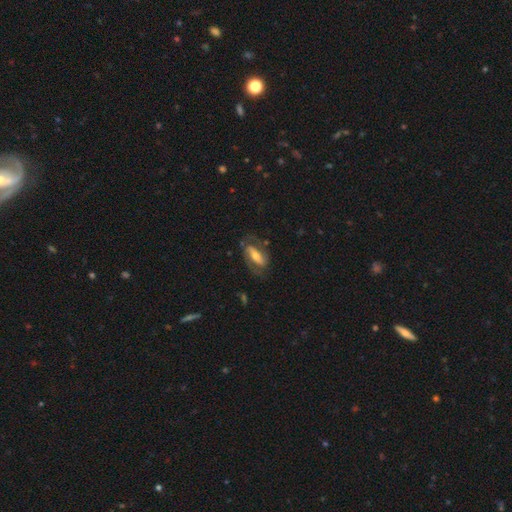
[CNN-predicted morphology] A featured or disk galaxy (71%) with a strong bar (48%), 2 (84%) medium (46%) spiral arms (86%) and a moderate central bulge (53%). Merging: none (66%).